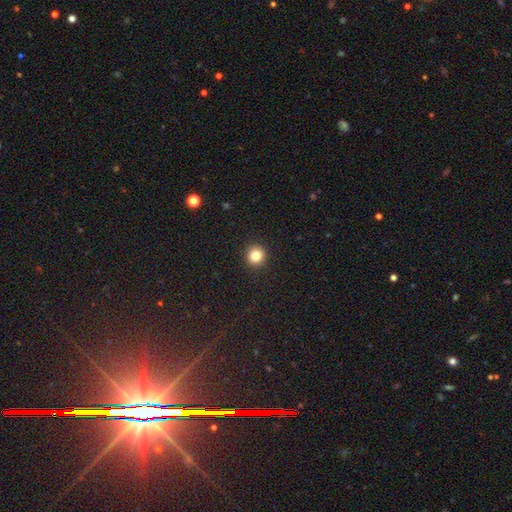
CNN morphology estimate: smooth 83%, star or artifact 12%, featured or disk 5%. Down the decision tree: how rounded — round (93%); merging — none (93%).